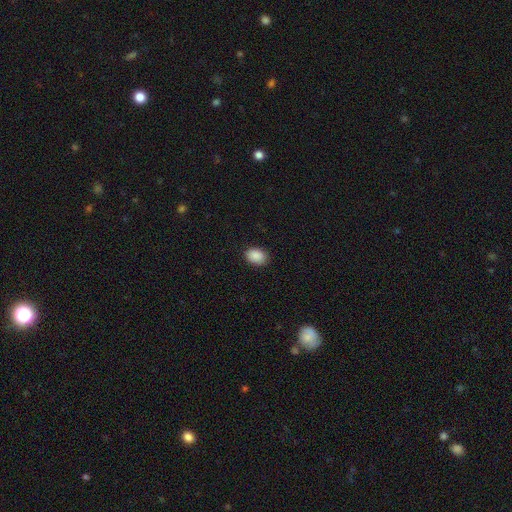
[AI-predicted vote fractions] Overall: smooth (90%). How rounded: in between (78%). Merging: none (88%).